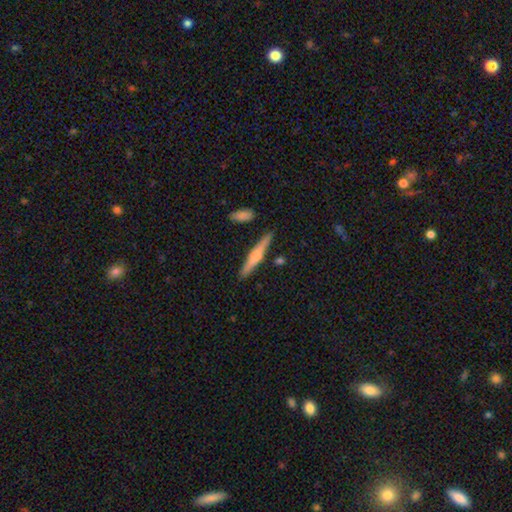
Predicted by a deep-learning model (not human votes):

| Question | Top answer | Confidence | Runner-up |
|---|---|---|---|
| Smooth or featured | featured or disk | 54% | smooth (40%) |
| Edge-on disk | yes | 97% | no (3%) |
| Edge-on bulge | rounded | 82% | none (9%) |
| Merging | none | 86% | minor disturbance (9%) |